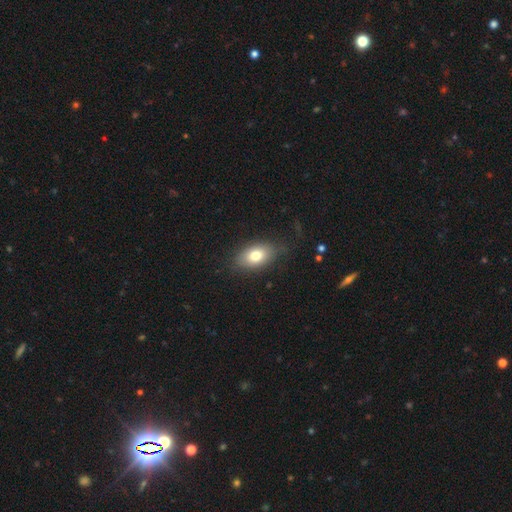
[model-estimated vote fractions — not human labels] smooth_or_featured: smooth (p=0.75) [alt: featured or disk p=0.16]
how_rounded: in between (p=0.86) [alt: round p=0.12]
merging: none (p=0.76) [alt: minor disturbance p=0.17]